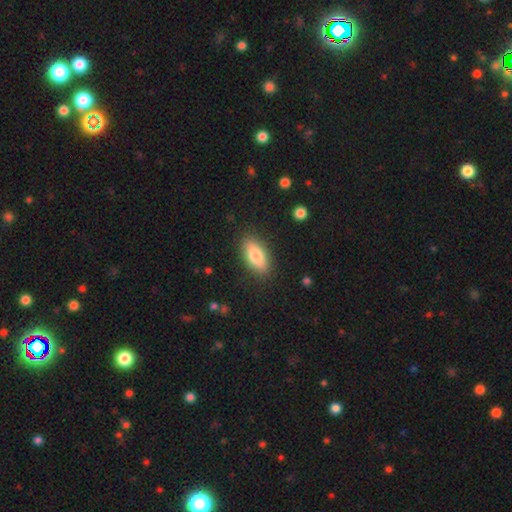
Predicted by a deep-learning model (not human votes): smooth-or-featured: smooth: 76% | featured or disk: 17% | star or artifact: 7%
  how-rounded: in between: 83% | cigar-shaped: 14% | round: 3%
  merging: none: 86% | minor disturbance: 10% | major disturbance: 3% | merger: 1%